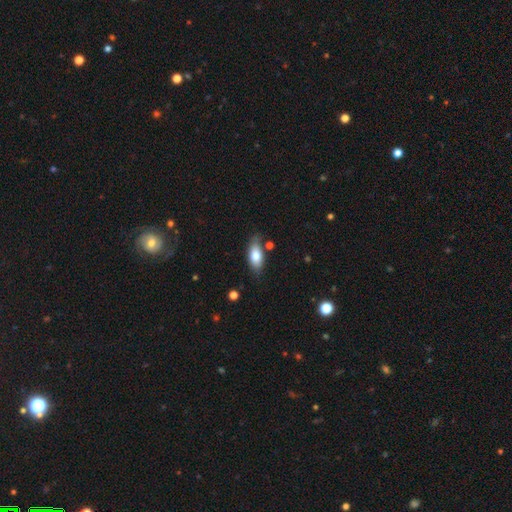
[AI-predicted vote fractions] smooth-or-featured: smooth: 75% | featured or disk: 18% | star or artifact: 7%
  how-rounded: in between: 85% | cigar-shaped: 12% | round: 3%
  merging: none: 75% | minor disturbance: 18% | merger: 4% | major disturbance: 4%